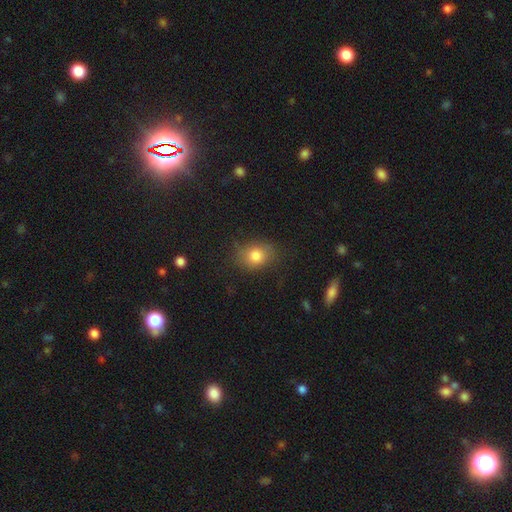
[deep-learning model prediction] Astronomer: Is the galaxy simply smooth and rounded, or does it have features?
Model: smooth — 80%.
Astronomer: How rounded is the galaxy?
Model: round — 59% (runner-up: in between, 40%).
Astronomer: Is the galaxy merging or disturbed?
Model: none — 73%.